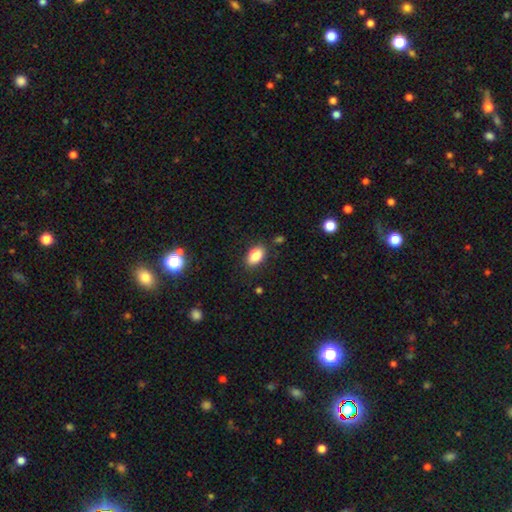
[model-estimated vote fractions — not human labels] Morphology: type=smooth (84%); roundness=in between (88%); merging=none (84%).